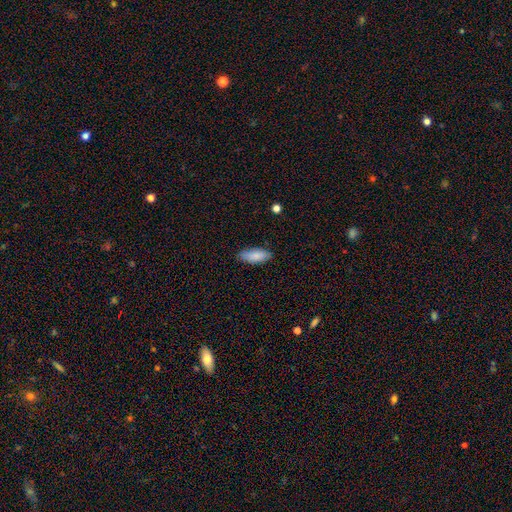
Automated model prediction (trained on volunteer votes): A smooth galaxy with no disk features (87%) that is in between round and cigar-shaped (79%).

Vote fractions:
- Smooth or featured? smooth: 87% / featured or disk: 7% / star or artifact: 6%
- How rounded? in between: 79% / cigar-shaped: 19% / round: 2%
- Merging? none: 84% / minor disturbance: 13% / major disturbance: 2% / merger: 1%